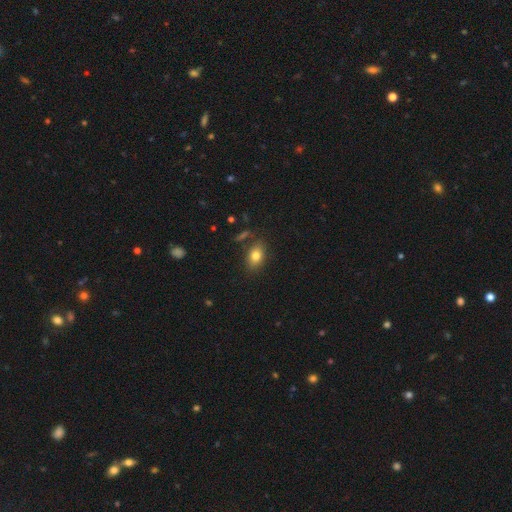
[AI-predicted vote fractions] Overall: smooth (80%). How rounded: in between (83%). Merging: none (80%).